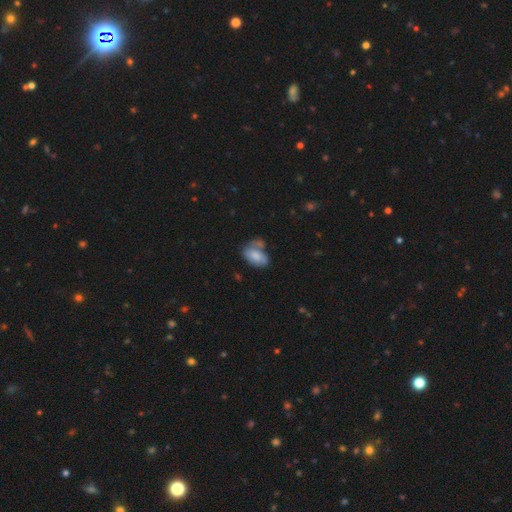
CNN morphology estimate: smooth-or-featured: smooth: 76% | featured or disk: 17% | star or artifact: 7%
  how-rounded: in between: 90% | round: 8% | cigar-shaped: 2%
  merging: none: 40% | minor disturbance: 25% | merger: 23% | major disturbance: 12%